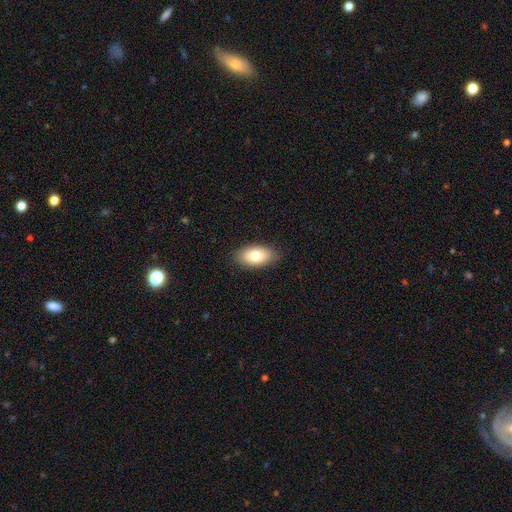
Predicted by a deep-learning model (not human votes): smooth 77%, featured or disk 15%, star or artifact 7%. Down the decision tree: how rounded — in between (92%); merging — none (86%).